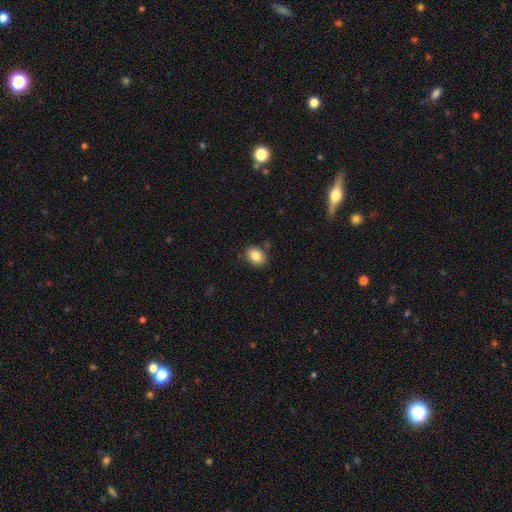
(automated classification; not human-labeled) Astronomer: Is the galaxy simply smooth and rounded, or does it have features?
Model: smooth — 85%.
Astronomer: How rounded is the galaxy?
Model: in between — 56% (runner-up: round, 43%).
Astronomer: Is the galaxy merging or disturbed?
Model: none — 83%.